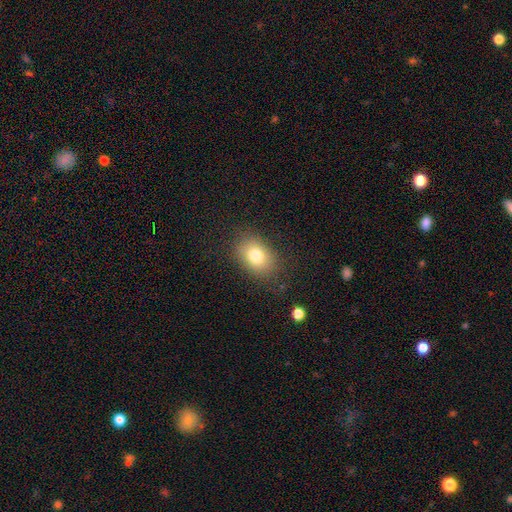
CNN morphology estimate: Smooth or featured? smooth (78%)
How rounded? in between (72%)
Merging? none (82%)